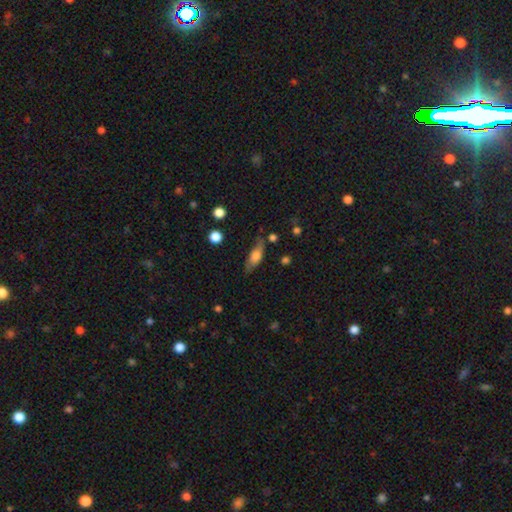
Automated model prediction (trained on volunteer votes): Smooth or featured: smooth — 64% (featured or disk — 28%)
How rounded: in between — 66% (cigar-shaped — 30%)
Merging: none — 64% (minor disturbance — 25%)